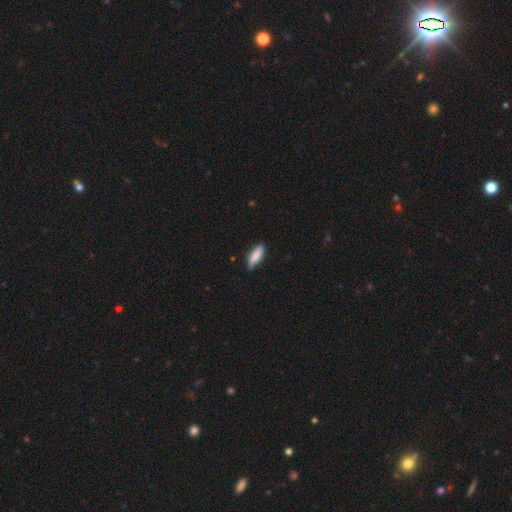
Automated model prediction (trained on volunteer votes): Q: Smooth or featured?
A: smooth (85%); runner-up: featured or disk (10%)
Q: How rounded?
A: in between (56%); runner-up: cigar-shaped (42%)
Q: Merging?
A: none (79%); runner-up: minor disturbance (18%)